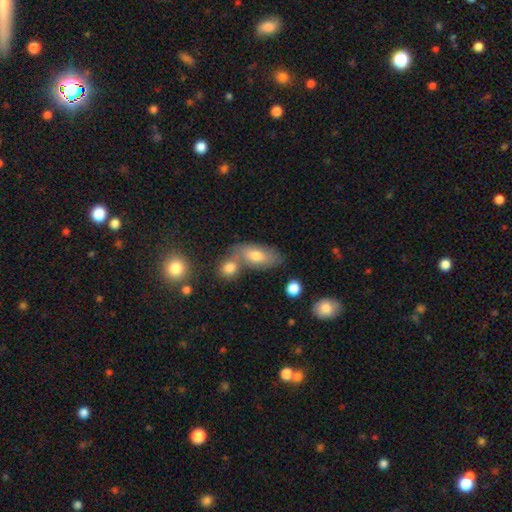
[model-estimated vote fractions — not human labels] Overall: smooth (71%). How rounded: in between (86%). Merging: none (48%; merger 34%).